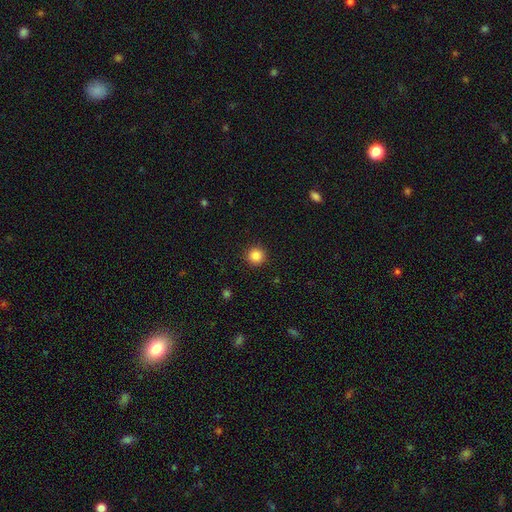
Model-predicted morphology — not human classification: The model was most divided on "smooth or featured": smooth: 86%, star or artifact: 10%, featured or disk: 4%. More confident: how rounded — round (95%); merging — none (92%).